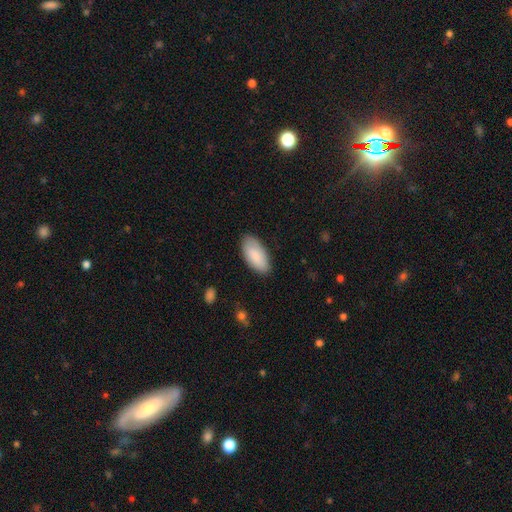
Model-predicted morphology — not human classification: This is clearly a smooth galaxy (88%). How rounded: clearly in between (93%). Merging: clearly none (84%).